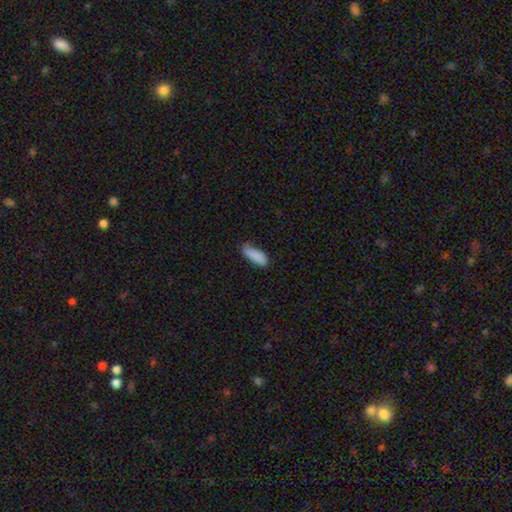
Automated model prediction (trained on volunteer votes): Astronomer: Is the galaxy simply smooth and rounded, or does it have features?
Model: smooth — 87%.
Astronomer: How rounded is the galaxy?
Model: in between — 62%.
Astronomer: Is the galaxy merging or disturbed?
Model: none — 67%.